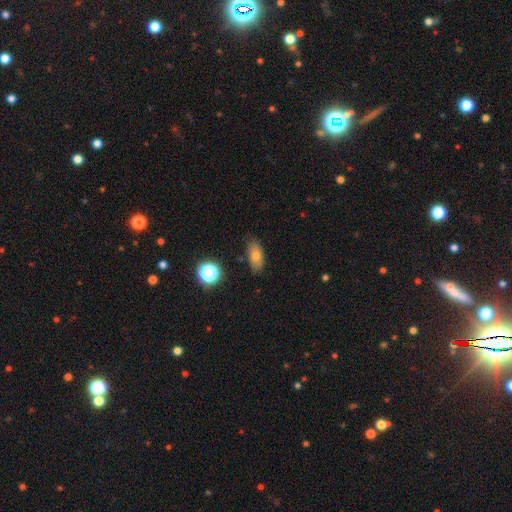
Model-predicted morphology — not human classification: The model was most divided on "smooth or featured": smooth: 75%, featured or disk: 14%, star or artifact: 11%. More confident: how rounded — in between (82%); merging — none (81%).